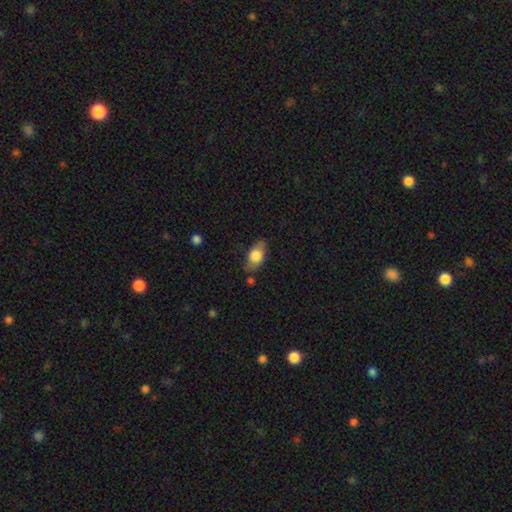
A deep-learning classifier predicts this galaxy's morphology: smooth-or-featured: smooth: 74% | featured or disk: 19% | star or artifact: 7%
  how-rounded: in between: 87% | round: 8% | cigar-shaped: 5%
  merging: none: 74% | minor disturbance: 19% | major disturbance: 5% | merger: 3%